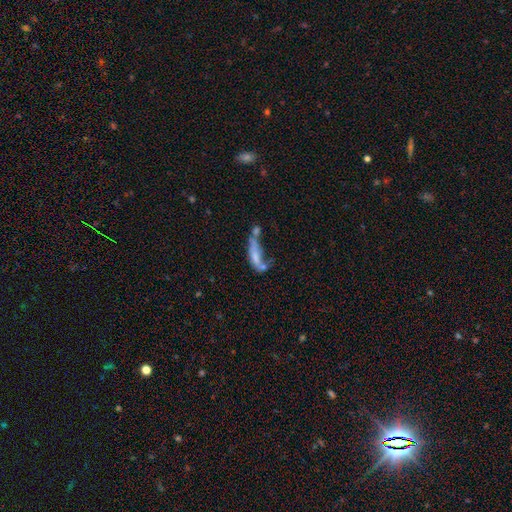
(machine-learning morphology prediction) This is possibly a smooth galaxy (50%). How rounded: possibly cigar-shaped (55%). Merging: marginally merger (42%).